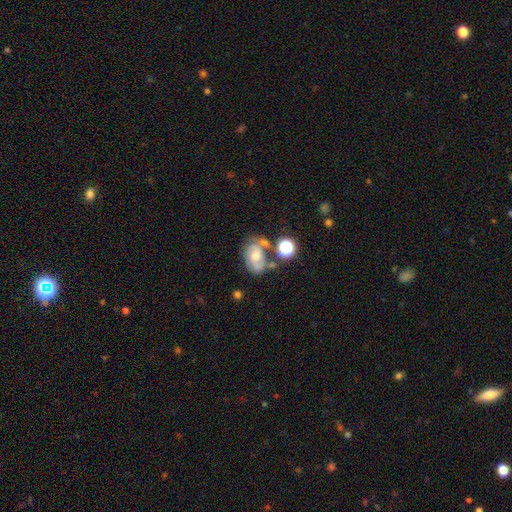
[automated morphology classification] type=featured or disk (58%); edge-on=no (96%); bar=no (63%); spiral arms=yes (77%); bulge=moderate (56%); merging=none (52%).